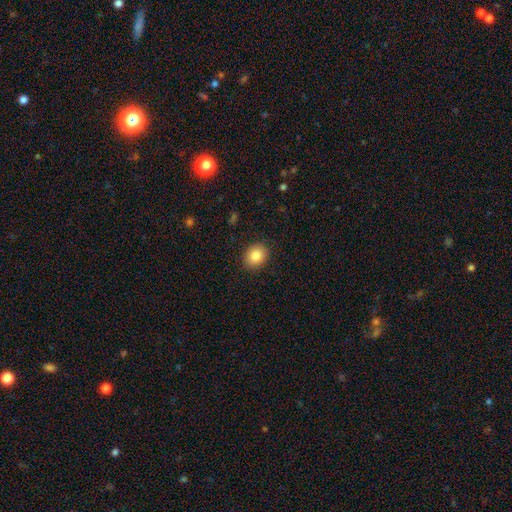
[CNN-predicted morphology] smooth_or_featured: smooth (p=0.84) [alt: star or artifact p=0.09]
how_rounded: round (p=0.56) [alt: in between p=0.43]
merging: none (p=0.90) [alt: minor disturbance p=0.07]